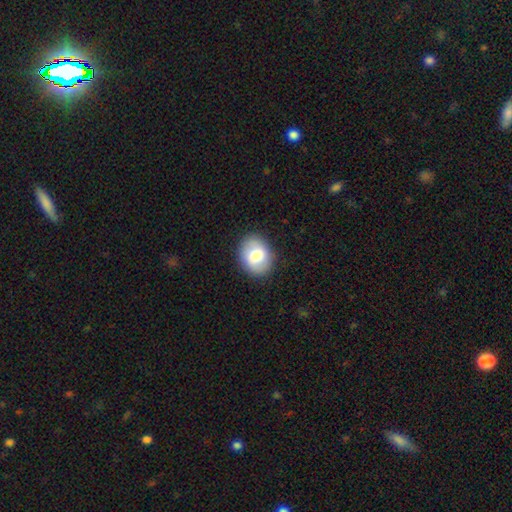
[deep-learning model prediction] This appears to be a smooth galaxy with no disk features (74%) that is in between round and cigar-shaped (56%). Merging: none (87%).